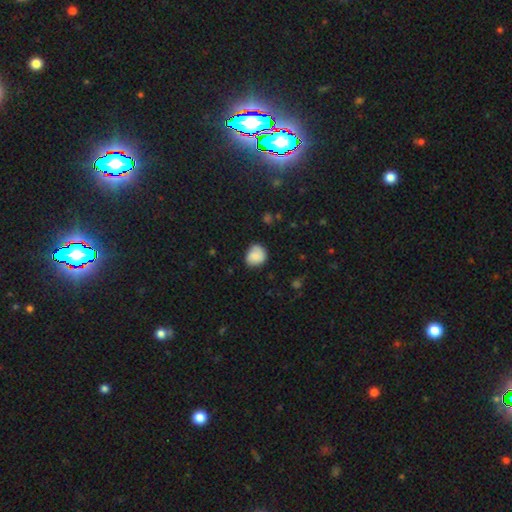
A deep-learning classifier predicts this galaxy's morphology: Smooth or featured: smooth — 77% (featured or disk — 14%)
How rounded: round — 73% (in between — 26%)
Merging: none — 71% (minor disturbance — 22%)